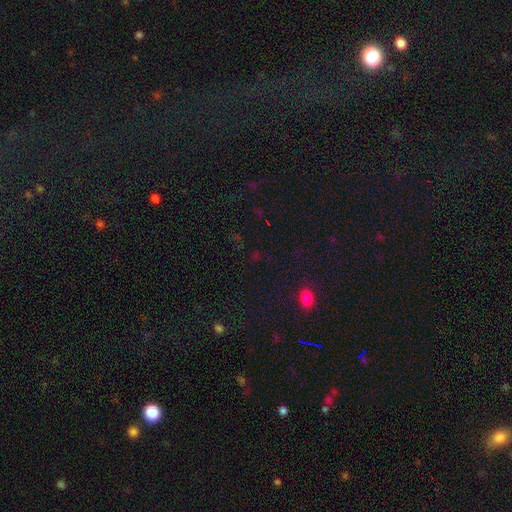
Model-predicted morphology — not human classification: Smooth or featured? star or artifact (62%)